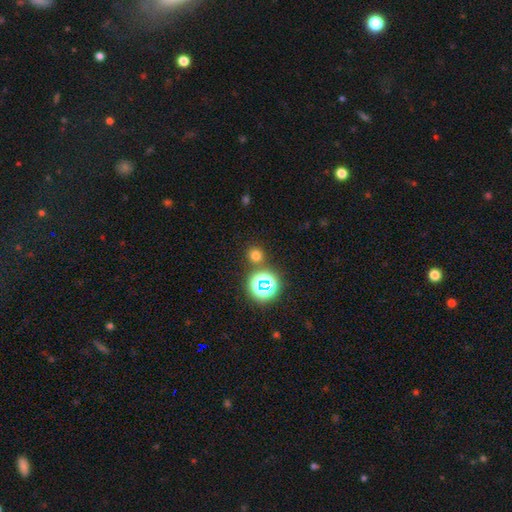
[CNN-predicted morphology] This is likely a smooth galaxy (68%). How rounded: clearly round (90%). Merging: clearly none (80%).